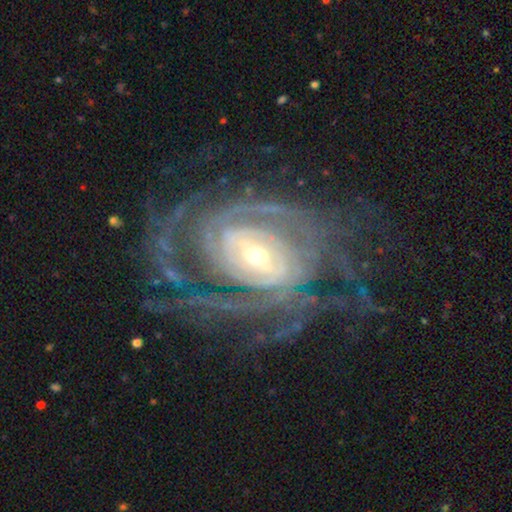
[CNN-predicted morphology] Smooth or featured? featured or disk (91%)
Edge-on disk? no (96%)
Bar? weak (39%)
Spiral arms? yes (97%)
Spiral winding? tight (68%)
Spiral arm count? can't tell (25%)
Bulge size? small (55%)
Merging? none (65%)